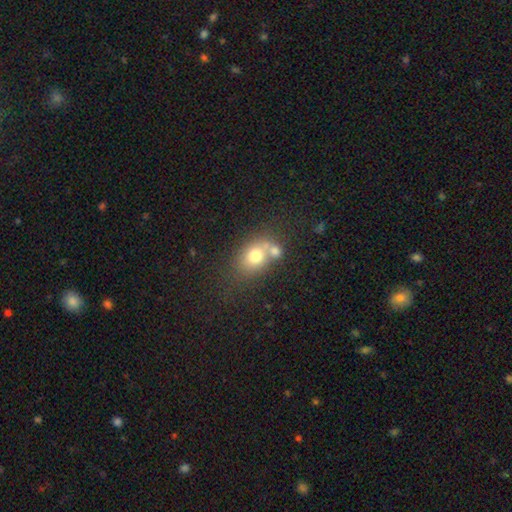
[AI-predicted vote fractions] smooth_or_featured: smooth (p=0.72) [alt: featured or disk p=0.17]
how_rounded: in between (p=0.58) [alt: round p=0.40]
merging: merger (p=0.43) [alt: none p=0.38]